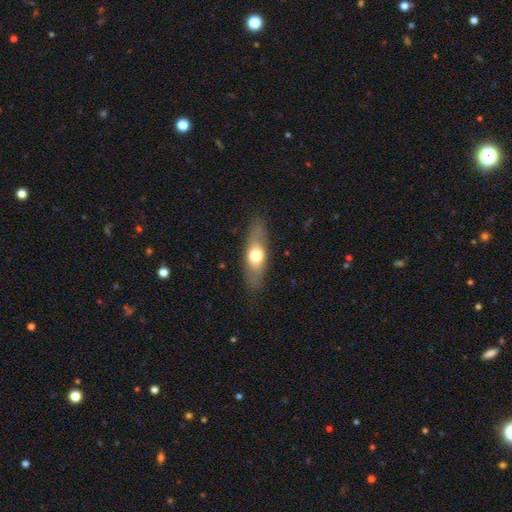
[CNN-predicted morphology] Smooth or featured: smooth — 57% (featured or disk — 36%)
How rounded: in between — 52% (cigar-shaped — 44%)
Merging: none — 84% (minor disturbance — 12%)